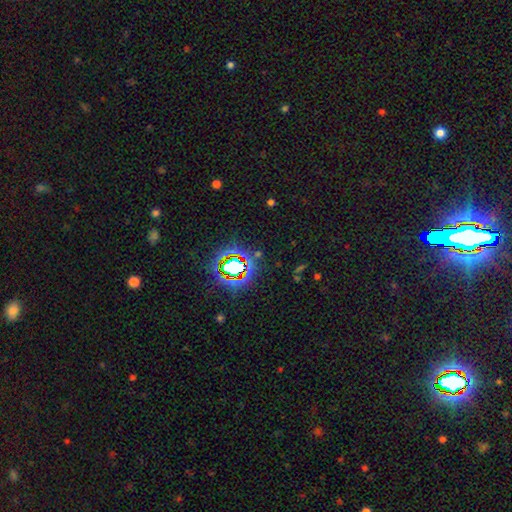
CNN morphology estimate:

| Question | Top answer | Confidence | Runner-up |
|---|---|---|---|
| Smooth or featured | star or artifact | 75% | smooth (16%) |